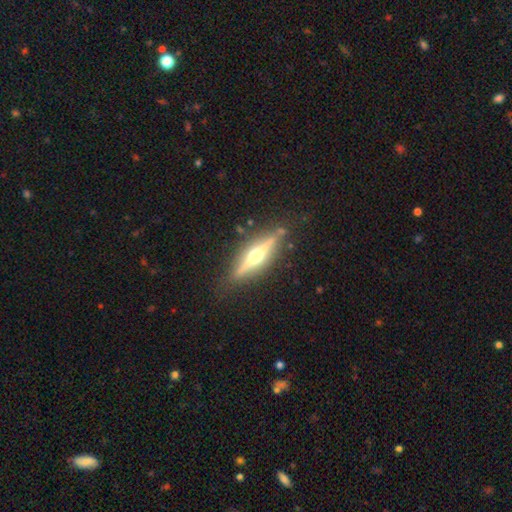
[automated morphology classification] A featured or disk galaxy (79%) viewed edge-on (96%) with a rounded central bulge (96%). Merging: none (86%).